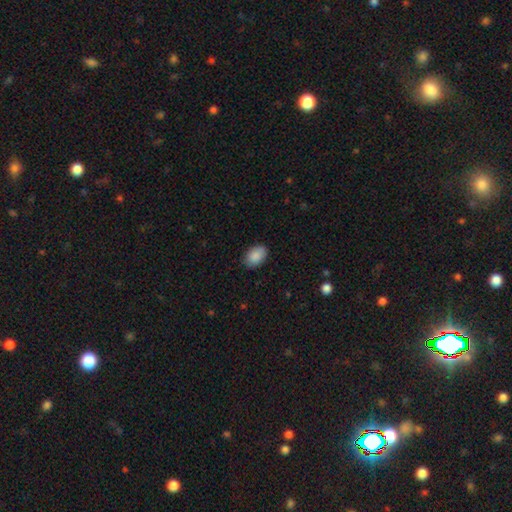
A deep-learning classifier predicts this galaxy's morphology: type=smooth (89%); roundness=in between (88%); merging=none (85%).